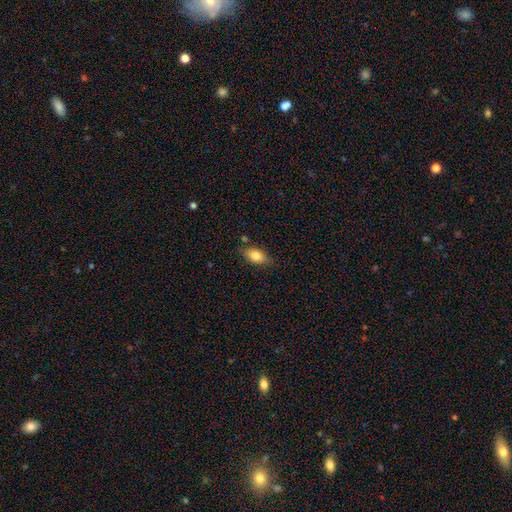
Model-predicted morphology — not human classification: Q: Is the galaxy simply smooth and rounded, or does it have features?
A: smooth — 78%.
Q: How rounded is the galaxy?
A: in between — 86%.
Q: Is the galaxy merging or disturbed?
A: none — 75%.